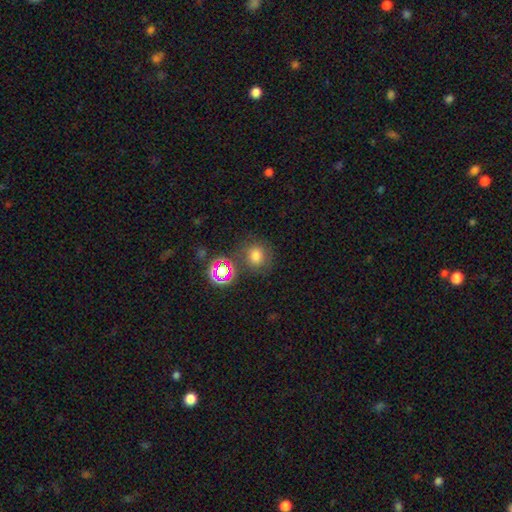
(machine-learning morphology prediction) smooth 70%, star or artifact 20%, featured or disk 9%. Down the decision tree: how rounded — round (84%); merging — none (74%).